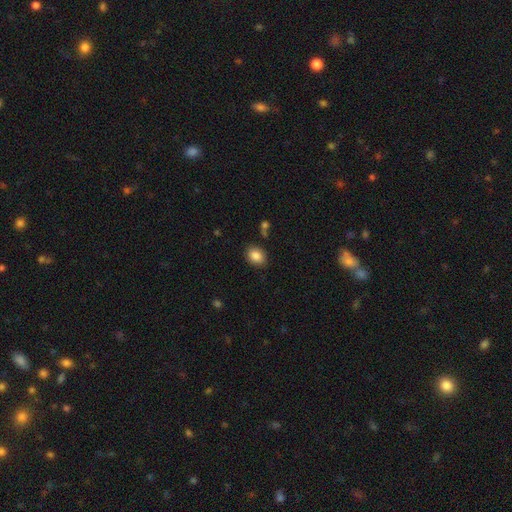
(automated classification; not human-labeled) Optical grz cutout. It shows a smooth galaxy with no disk features (85%) that is in between round and cigar-shaped (58%). Merging: none (83%).